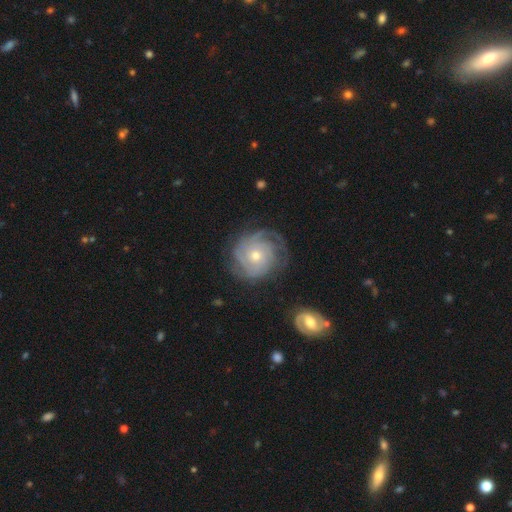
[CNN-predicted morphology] Smooth or featured?
  - featured or disk: 84% *
  - smooth: 10%
  - star or artifact: 6%
Edge-on disk?
  - no: 98% *
  - yes: 2%
Bar?
  - no: 80% *
  - weak: 16%
  - strong: 4%
Spiral arms?
  - yes: 96% *
  - no: 4%
Spiral winding?
  - tight: 75% *
  - medium: 20%
  - loose: 5%
Spiral arm count?
  - can't tell: 29% *
  - 3: 27%
  - 4: 17%
  - 2: 14%
  - more than 4: 7%
  - 1: 6%
Bulge size?
  - moderate: 49% *
  - small: 47%
  - large: 2%
  - none: 1%
  - dominant: 1%
Merging?
  - none: 74% *
  - minor disturbance: 17%
  - major disturbance: 7%
  - merger: 2%